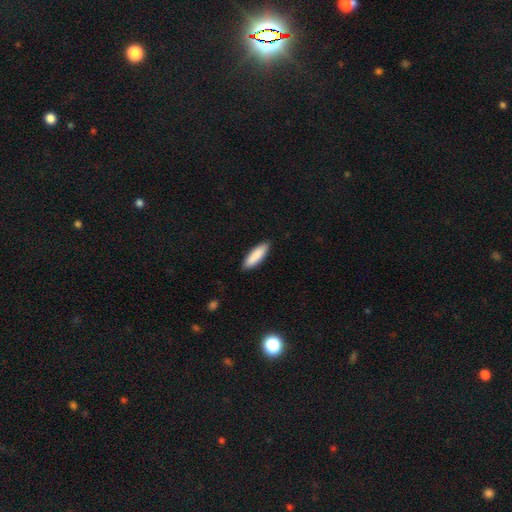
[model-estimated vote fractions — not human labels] Q: Smooth or featured?
A: smooth (89%); runner-up: featured or disk (6%)
Q: How rounded?
A: cigar-shaped (52%); runner-up: in between (46%)
Q: Merging?
A: none (88%); runner-up: minor disturbance (9%)